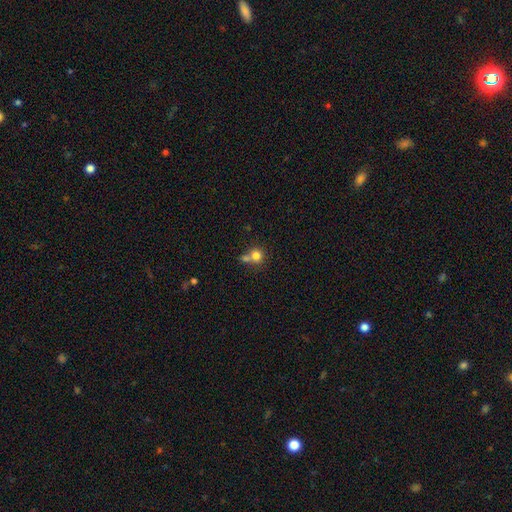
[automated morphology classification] smooth_or_featured: smooth (p=0.79) [alt: star or artifact p=0.11]
how_rounded: round (p=0.86) [alt: in between p=0.13]
merging: none (p=0.44) [alt: merger p=0.42]